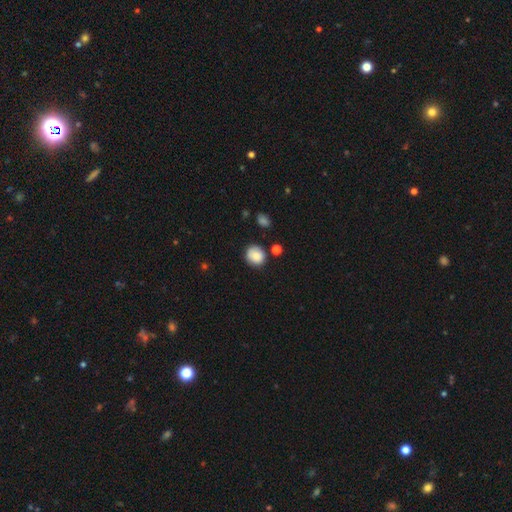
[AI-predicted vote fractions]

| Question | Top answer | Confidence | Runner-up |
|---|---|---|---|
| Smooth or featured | smooth | 84% | star or artifact (9%) |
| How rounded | round | 79% | in between (20%) |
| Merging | none | 77% | minor disturbance (16%) |